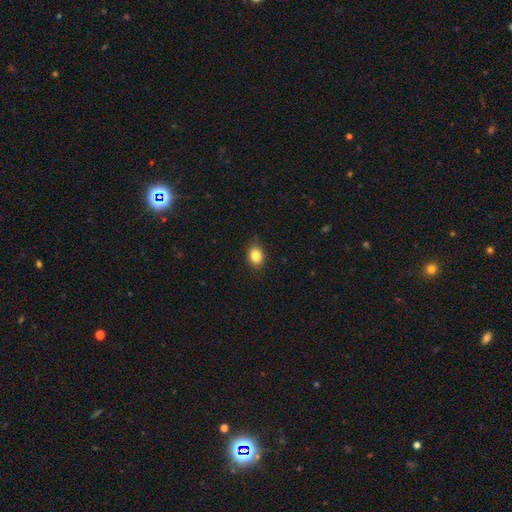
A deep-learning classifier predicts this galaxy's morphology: A smooth galaxy with no disk features (85%) that is in between round and cigar-shaped (62%). Merging: none (86%).